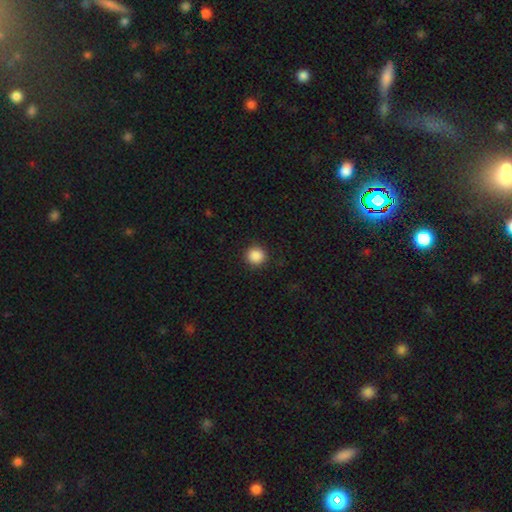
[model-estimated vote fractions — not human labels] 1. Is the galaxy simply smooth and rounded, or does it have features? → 88% smooth, 9% star or artifact, 3% featured or disk.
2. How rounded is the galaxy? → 93% round, 6% in between, 1% cigar-shaped.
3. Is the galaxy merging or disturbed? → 91% none, 6% minor disturbance, 2% major disturbance, 1% merger.